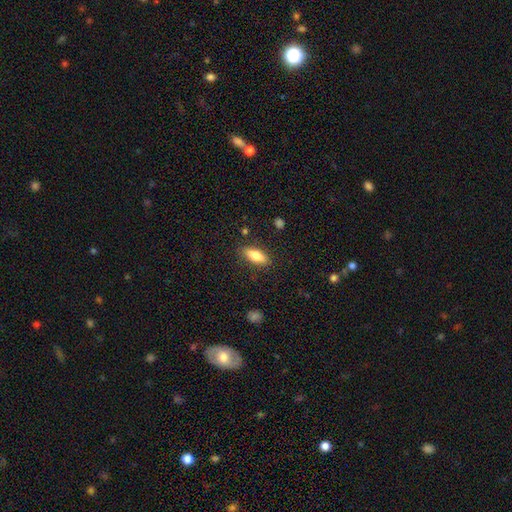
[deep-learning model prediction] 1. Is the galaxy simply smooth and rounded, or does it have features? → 71% smooth, 22% featured or disk, 7% star or artifact.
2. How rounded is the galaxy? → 66% in between, 32% cigar-shaped, 3% round.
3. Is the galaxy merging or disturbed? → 86% none, 10% minor disturbance, 3% major disturbance, 2% merger.